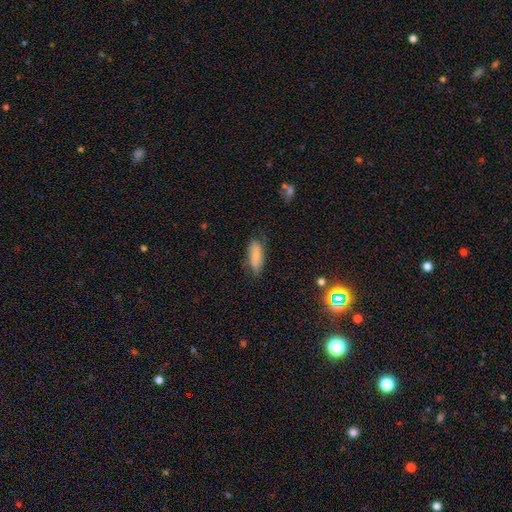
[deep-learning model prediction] This appears to be a smooth galaxy with no disk features (79%) that is in between round and cigar-shaped (73%). Merging: none (70%).